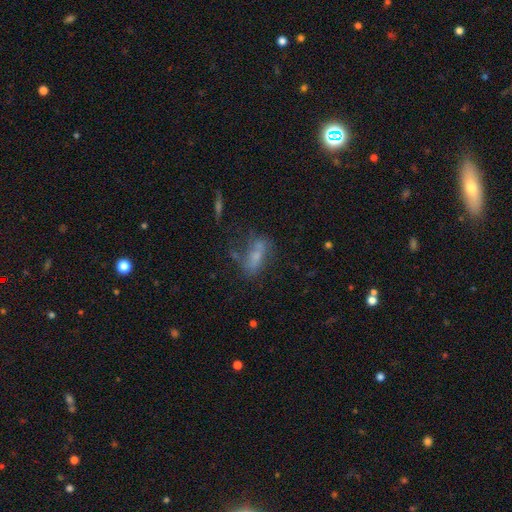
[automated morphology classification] Smooth or featured: smooth — 49% (featured or disk — 36%)
Merging: none — 44% (minor disturbance — 23%)